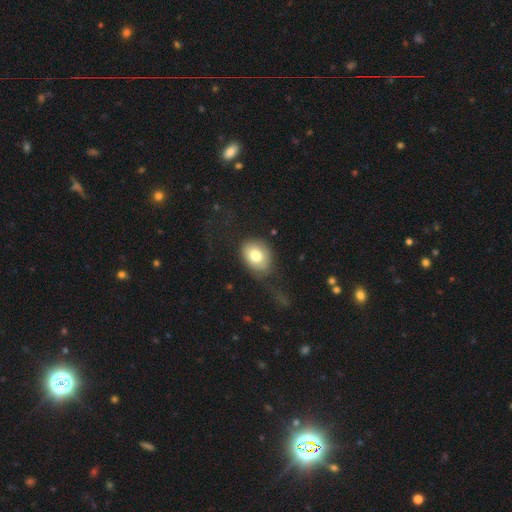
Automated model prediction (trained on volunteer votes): This appears to be a smooth galaxy with no disk features (75%) that is in between round and cigar-shaped (60%). Merging: none (56%).